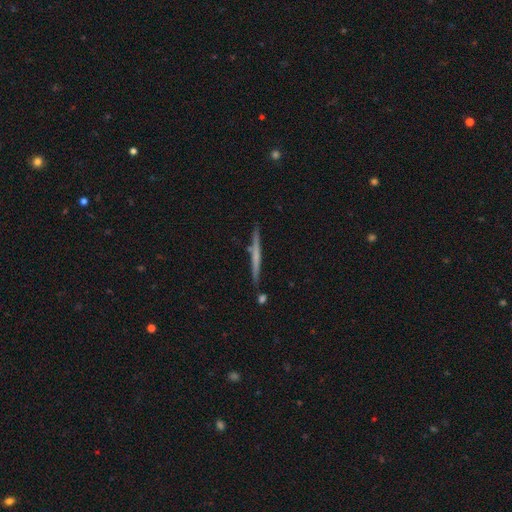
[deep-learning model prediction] Morphology: type=featured or disk (54%); edge-on=yes (97%); edge-on bulge=none (77%); merging=none (87%).